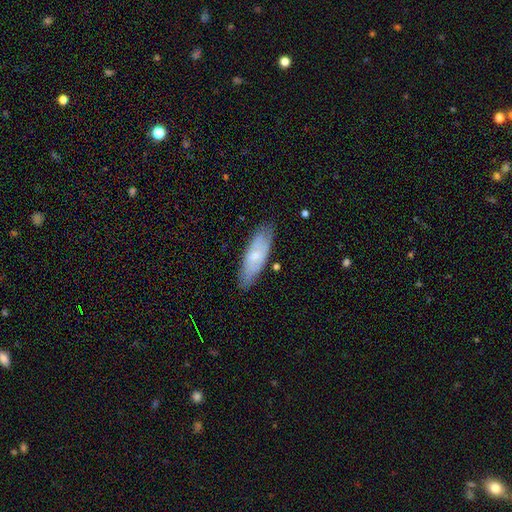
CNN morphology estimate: Overall: smooth (51%; featured or disk 43%). How rounded: in between (55%; cigar-shaped 43%). Merging: none (79%).